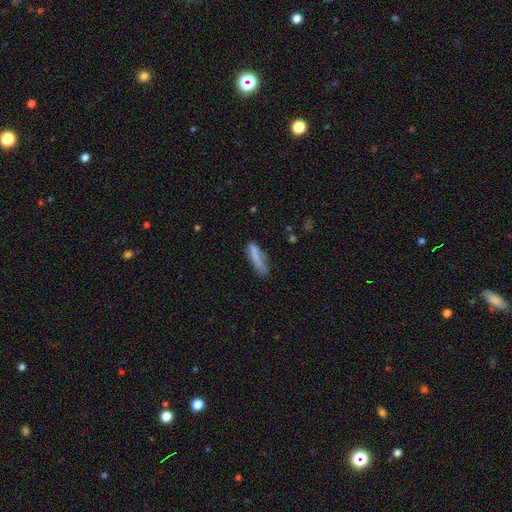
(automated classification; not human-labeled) Q: Smooth or featured?
A: smooth (79%); runner-up: featured or disk (14%)
Q: How rounded?
A: cigar-shaped (76%); runner-up: in between (23%)
Q: Merging?
A: none (60%); runner-up: minor disturbance (26%)